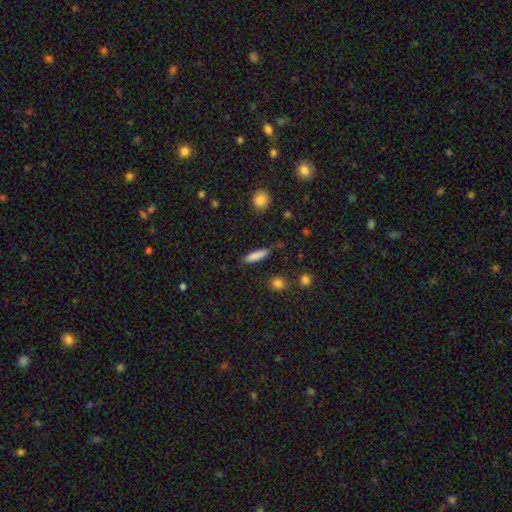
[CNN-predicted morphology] Overall: smooth (83%). How rounded: cigar-shaped (78%). Merging: none (83%).